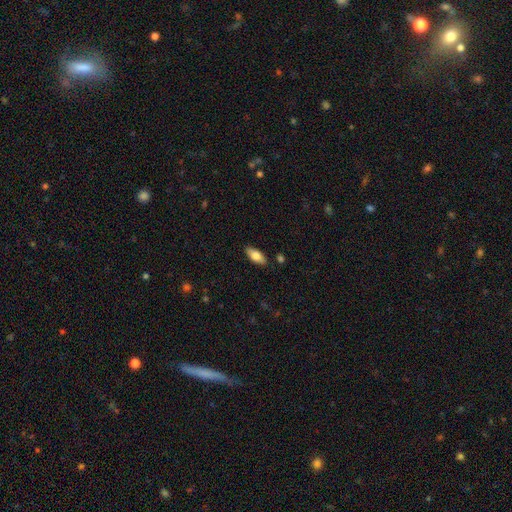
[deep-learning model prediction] smooth 76%, featured or disk 18%, star or artifact 6%. Down the decision tree: how rounded — in between (82%); merging — none (87%).